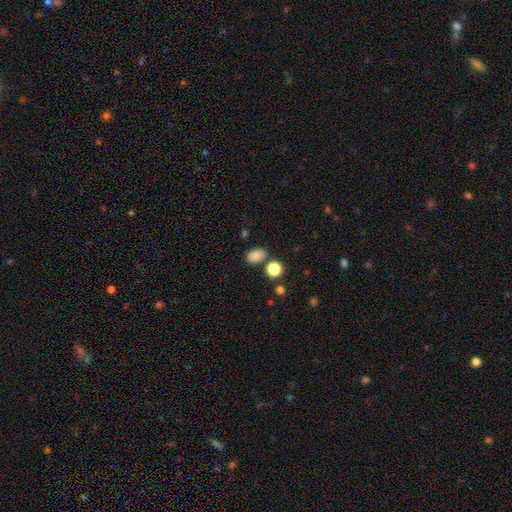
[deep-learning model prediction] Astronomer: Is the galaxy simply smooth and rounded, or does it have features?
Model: smooth — 83%.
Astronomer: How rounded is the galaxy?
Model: in between — 83%.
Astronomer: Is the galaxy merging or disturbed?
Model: none — 74%.